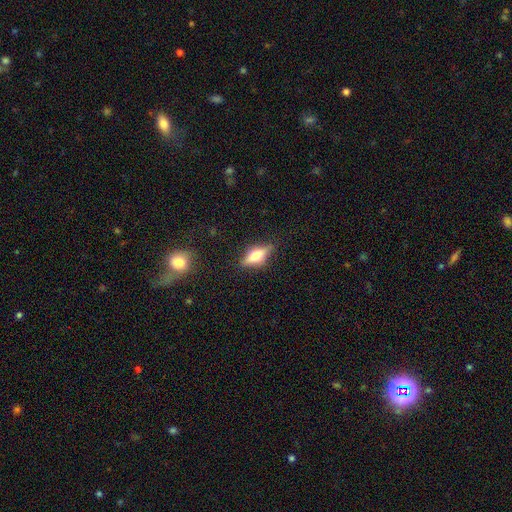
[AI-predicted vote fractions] featured or disk 48%, smooth 44%, star or artifact 9%. Down the decision tree: merging — none (82%).